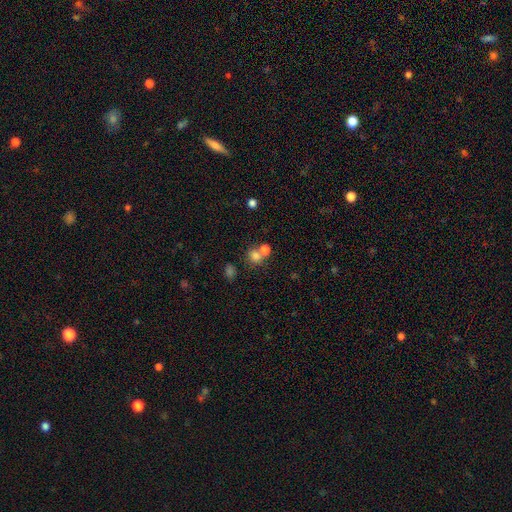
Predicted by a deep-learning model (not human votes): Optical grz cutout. It shows a smooth galaxy with no disk features (76%) that is round (70%). Merging: none (46%).